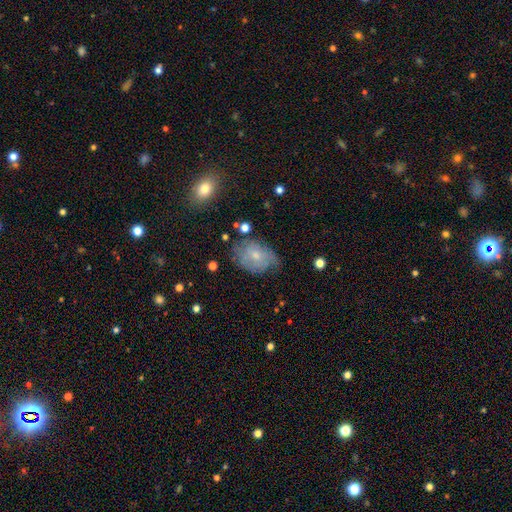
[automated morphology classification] A smooth galaxy with no disk features (51%) that is in between round and cigar-shaped (74%).

Vote fractions:
- Smooth or featured? smooth: 51% / featured or disk: 40% / star or artifact: 9%
- How rounded? in between: 74% / round: 25% / cigar-shaped: 1%
- Merging? none: 47% / minor disturbance: 35% / major disturbance: 15% / merger: 3%